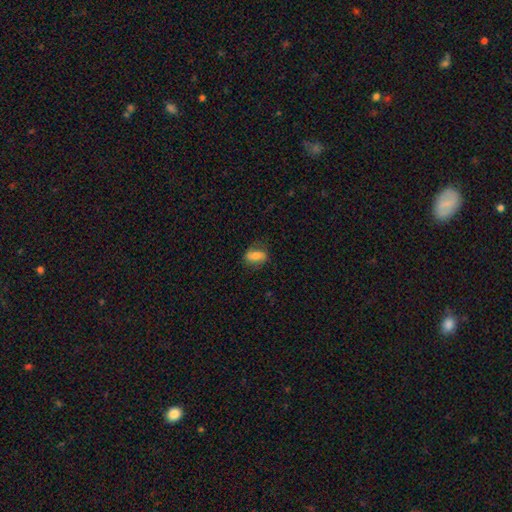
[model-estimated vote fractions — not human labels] The model was most divided on "merging": none: 72%, minor disturbance: 20%, major disturbance: 7%, merger: 1%. More confident: how rounded — in between (82%); smooth or featured — smooth (74%).